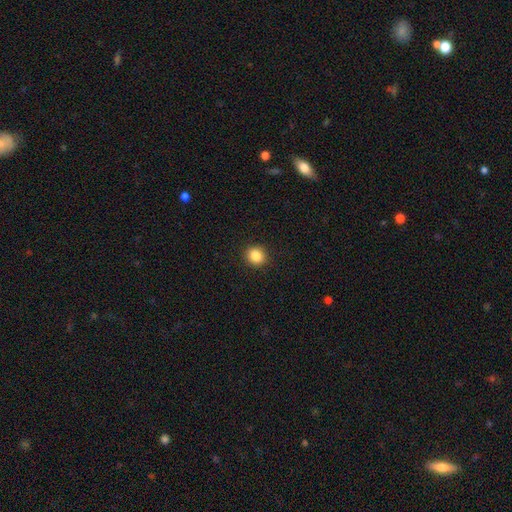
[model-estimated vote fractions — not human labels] Smooth or featured? Predicted: smooth (p=0.86). How rounded? Predicted: round (p=0.77). Merging? Predicted: none (p=0.91).